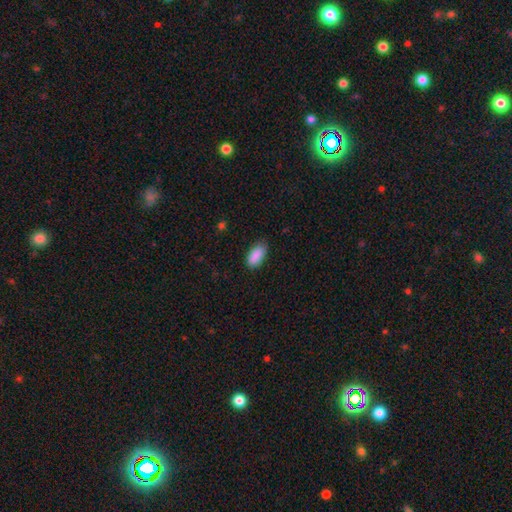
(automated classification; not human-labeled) Q: Smooth or featured?
A: smooth (89%); runner-up: star or artifact (7%)
Q: How rounded?
A: in between (90%); runner-up: cigar-shaped (7%)
Q: Merging?
A: none (77%); runner-up: minor disturbance (19%)